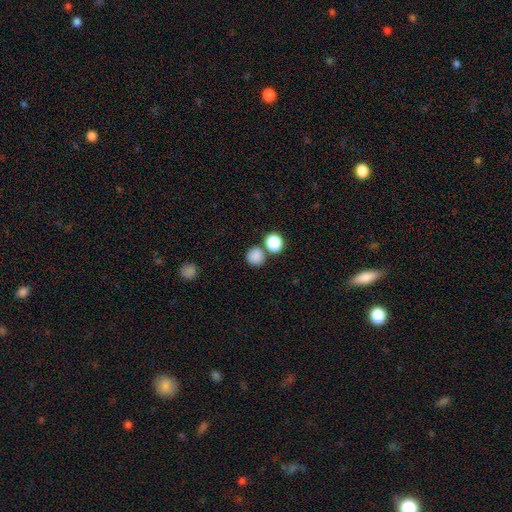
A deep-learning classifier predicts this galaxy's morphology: smooth 84%, star or artifact 12%, featured or disk 4%. Down the decision tree: how rounded — round (88%); merging — none (69%).